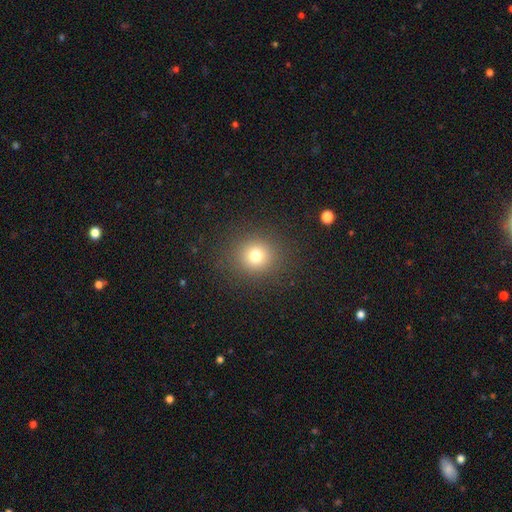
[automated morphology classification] smooth_or_featured: smooth (p=0.75) [alt: star or artifact p=0.16]
how_rounded: round (p=0.88) [alt: in between p=0.11]
merging: none (p=0.88) [alt: minor disturbance p=0.07]